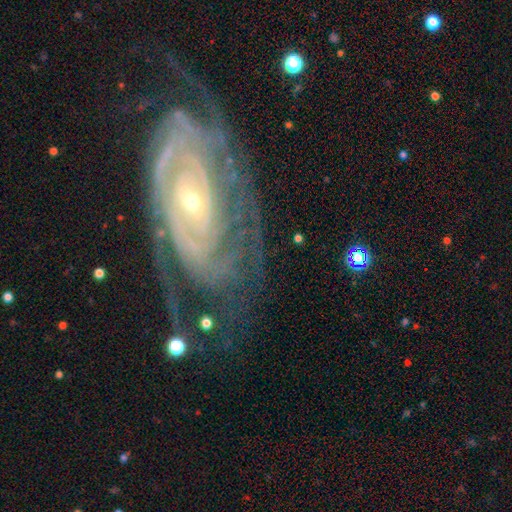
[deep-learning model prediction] This is clearly a featured or disk galaxy (88%). It is clearly not viewed edge-on (95%). Bar: possibly no (58%). Spiral arm pattern: clearly yes (95%). Spiral arm count: marginally can't tell (34%). Spiral winding: likely tight (76%). Central bulge: likely small (77%). Merging: likely none (62%).